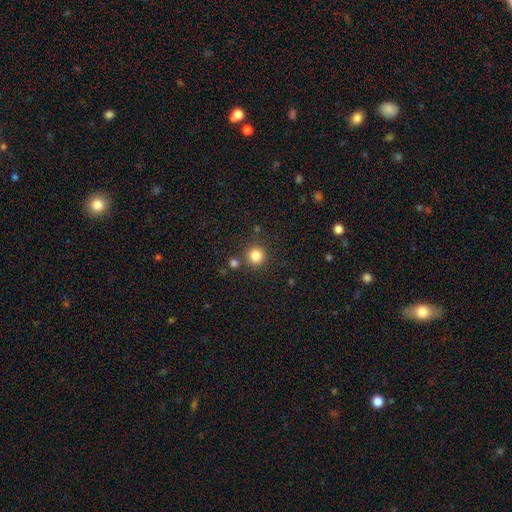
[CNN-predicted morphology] Smooth or featured: smooth — 83% (star or artifact — 12%)
How rounded: round — 94% (in between — 5%)
Merging: none — 85% (minor disturbance — 7%)